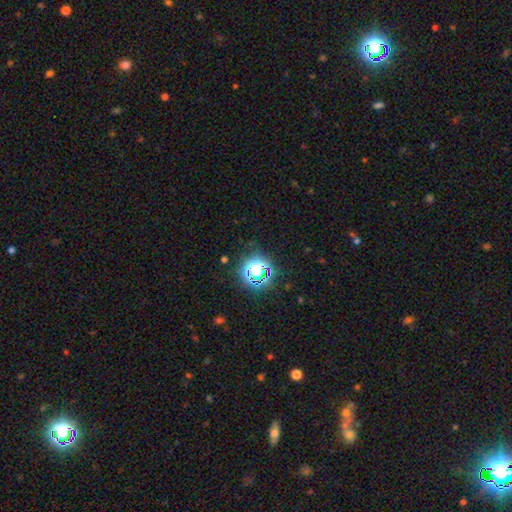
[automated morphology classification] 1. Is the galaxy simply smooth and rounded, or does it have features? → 80% star or artifact, 14% smooth, 7% featured or disk.